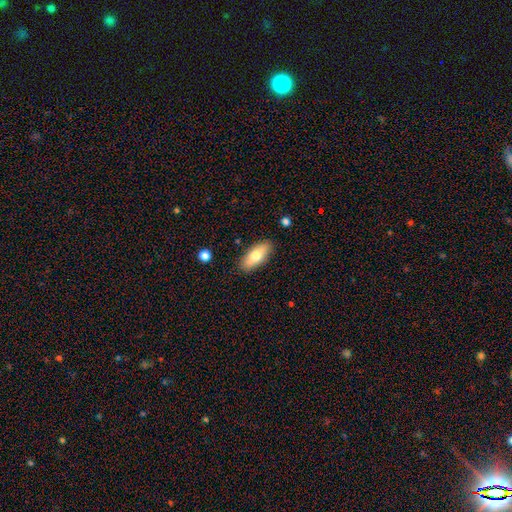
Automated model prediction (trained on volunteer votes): Q: Smooth or featured?
A: smooth (72%); runner-up: featured or disk (21%)
Q: How rounded?
A: in between (80%); runner-up: cigar-shaped (17%)
Q: Merging?
A: none (87%); runner-up: minor disturbance (9%)